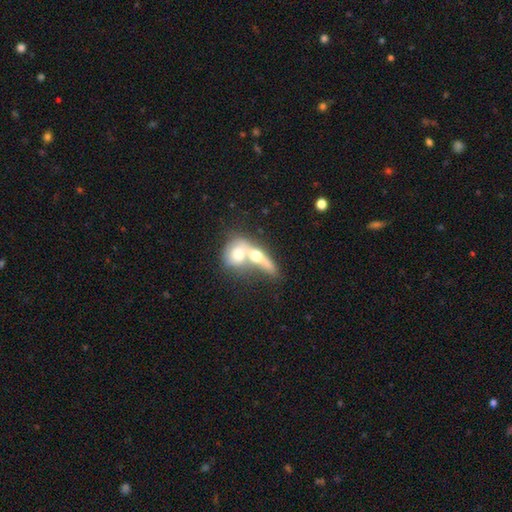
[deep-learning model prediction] Smooth or featured?
  - smooth: 51% *
  - featured or disk: 43%
  - star or artifact: 6%
How rounded?
  - in between: 47% *
  - cigar-shaped: 28%
  - round: 24%
Merging?
  - merger: 75% *
  - none: 15%
  - minor disturbance: 5%
  - major disturbance: 5%